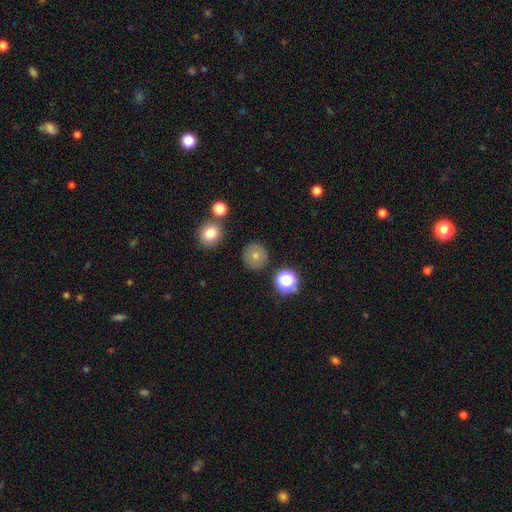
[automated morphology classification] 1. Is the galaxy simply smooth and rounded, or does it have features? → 75% smooth, 14% star or artifact, 11% featured or disk.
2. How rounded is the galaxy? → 94% round, 5% in between, 1% cigar-shaped.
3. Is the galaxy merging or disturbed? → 87% none, 8% minor disturbance, 3% major disturbance, 3% merger.